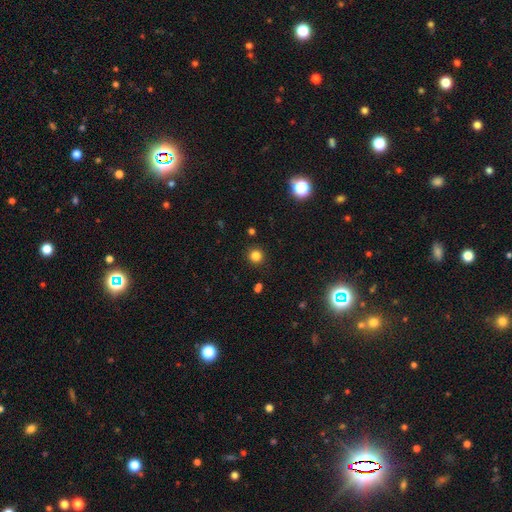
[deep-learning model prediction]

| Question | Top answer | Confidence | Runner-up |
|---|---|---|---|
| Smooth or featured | smooth | 81% | star or artifact (14%) |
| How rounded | round | 93% | in between (6%) |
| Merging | none | 91% | minor disturbance (5%) |